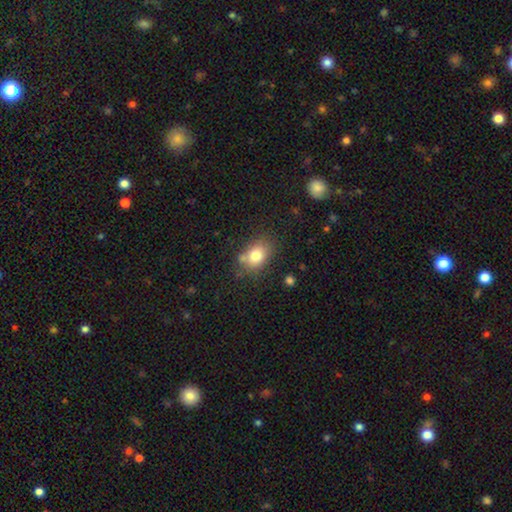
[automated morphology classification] A smooth galaxy with no disk features (79%) that is in between round and cigar-shaped (70%).

Vote fractions:
- Smooth or featured? smooth: 79% / featured or disk: 11% / star or artifact: 10%
- How rounded? in between: 70% / round: 29% / cigar-shaped: 1%
- Merging? none: 67% / minor disturbance: 19% / merger: 9% / major disturbance: 6%